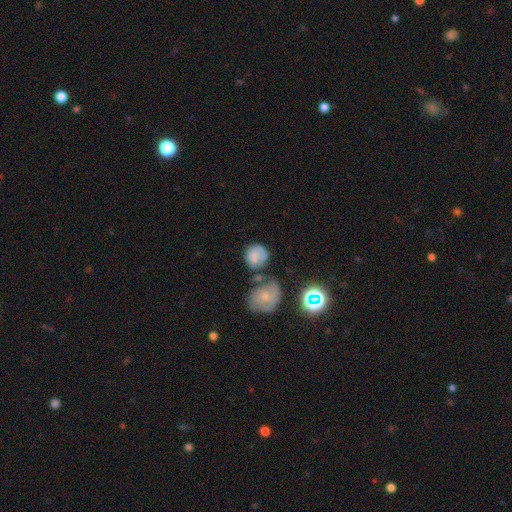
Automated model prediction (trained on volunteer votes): Morphology: type=smooth (70%); roundness=round (80%); merging=none (48%).